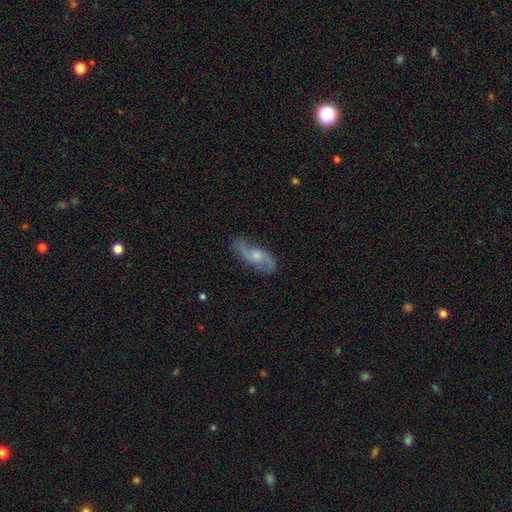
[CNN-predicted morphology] smooth-or-featured: featured or disk: 78% | smooth: 15% | star or artifact: 6%
  disk-edge-on: no: 92% | yes: 8%
    bar: no: 58% | weak: 37% | strong: 6%
    has-spiral-arms: yes: 94% | no: 6%
      spiral-winding: loose: 54% | medium: 36% | tight: 10%
      spiral-arm-count: 2: 90% | can't tell: 4% | 1: 2% | 3: 1% | 4: 1% | more than 4: 1%
    bulge-size: moderate: 46% | small: 39% | none: 9% | large: 5% | dominant: 1%
  merging: none: 76% | minor disturbance: 17% | major disturbance: 6% | merger: 2%